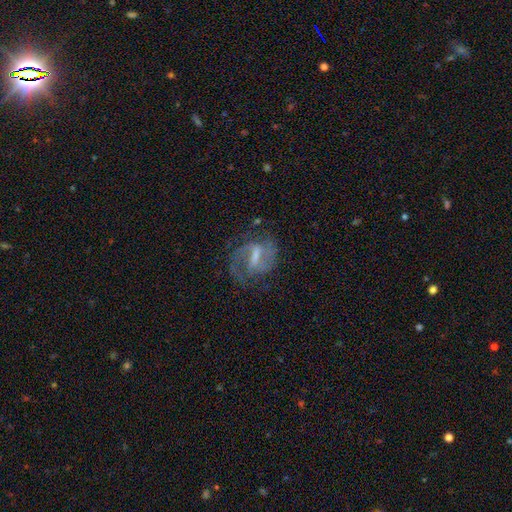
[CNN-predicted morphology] The model was most divided on "bulge size": small: 34%, moderate: 32%, none: 26%, large: 6%, dominant: 1%. Remaining: edge-on disk — no (96%); spiral arms — yes (92%); smooth or featured — featured or disk (82%); spiral arm count — 2 (79%); merging — none (65%); spiral winding — medium (53%); bar — strong (47%).